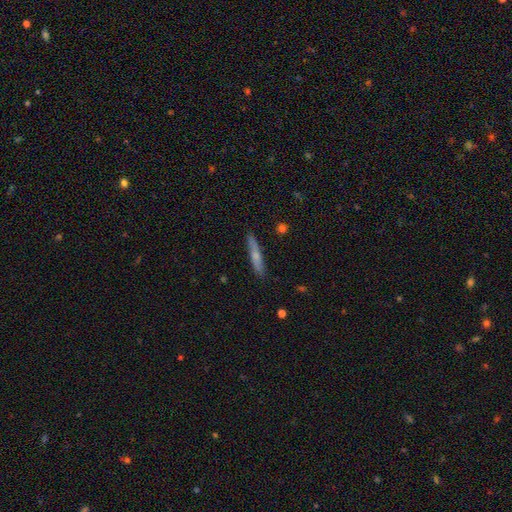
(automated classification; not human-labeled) Overall: smooth (59%; featured or disk 35%). How rounded: cigar-shaped (93%). Merging: none (87%).